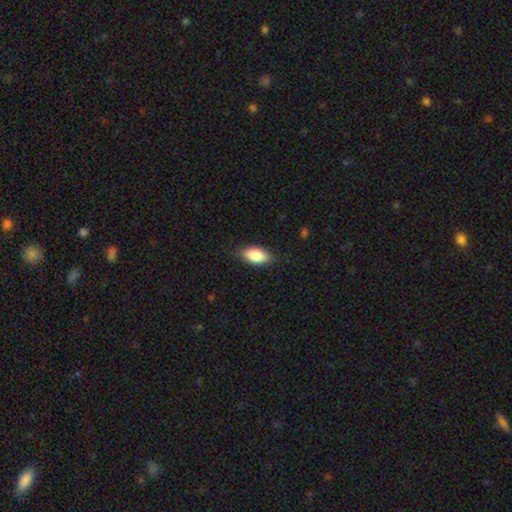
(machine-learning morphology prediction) Overall: smooth (85%). How rounded: in between (90%). Merging: none (82%).